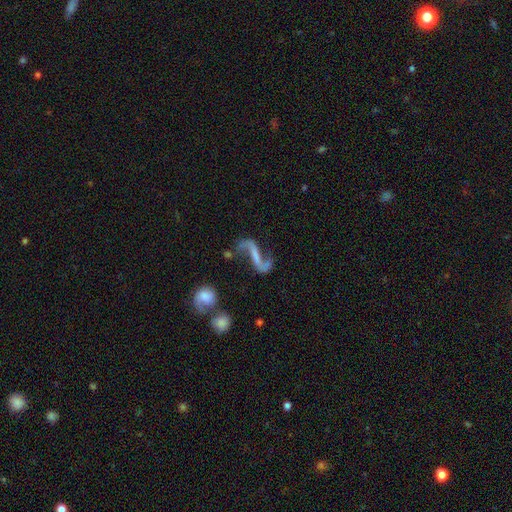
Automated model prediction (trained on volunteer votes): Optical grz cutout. It shows a featured or disk galaxy (85%) with a strong bar (44%), 2 (92%) loose (85%) spiral arms (93%) and no central bulge (52%). Merging: none (61%).